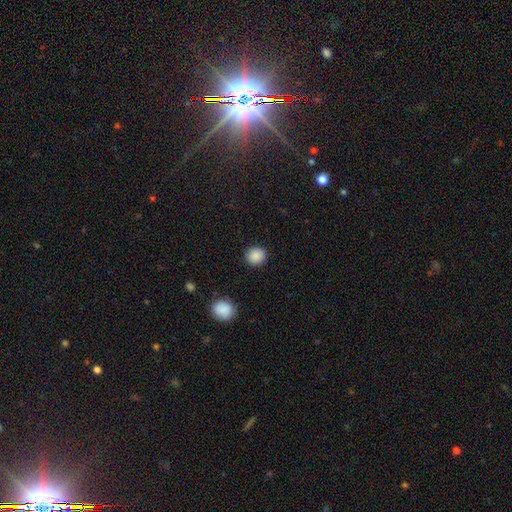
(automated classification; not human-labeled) The model was most divided on "how rounded": round: 88%, in between: 11%, cigar-shaped: 1%. More confident: merging — none (91%); smooth or featured — smooth (88%).